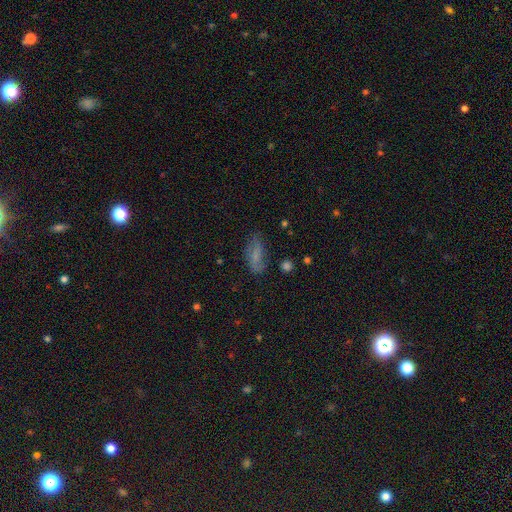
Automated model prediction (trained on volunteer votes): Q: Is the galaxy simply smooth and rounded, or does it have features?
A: smooth — 59%.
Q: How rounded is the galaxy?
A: in between — 81%.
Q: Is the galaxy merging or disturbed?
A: none — 60%.